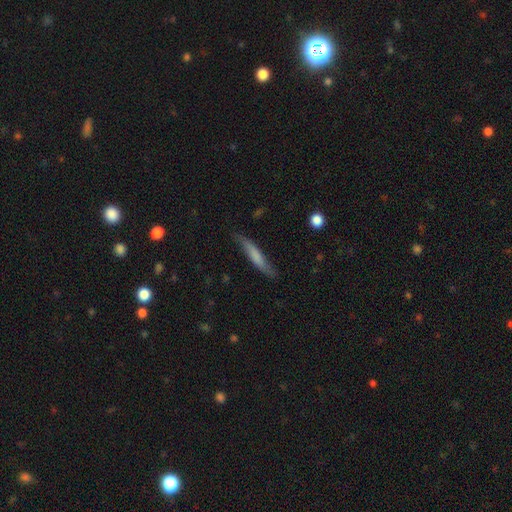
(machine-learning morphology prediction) This is likely a smooth galaxy (61%). How rounded: clearly cigar-shaped (91%). Merging: likely none (76%).